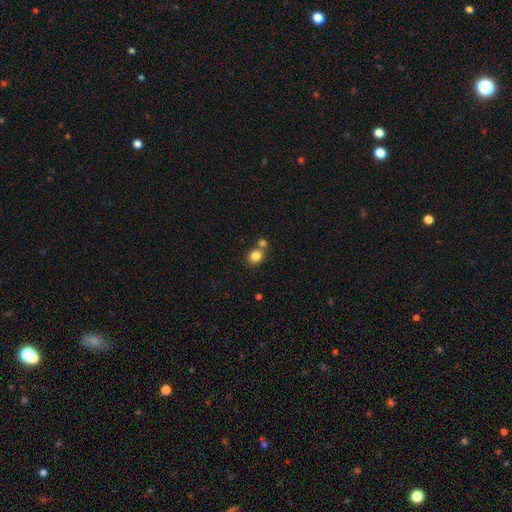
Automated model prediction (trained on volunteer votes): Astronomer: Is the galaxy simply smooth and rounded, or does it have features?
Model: smooth — 83%.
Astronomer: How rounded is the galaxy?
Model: round — 70%.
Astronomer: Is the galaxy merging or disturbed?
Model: none — 54% (runner-up: merger, 35%).